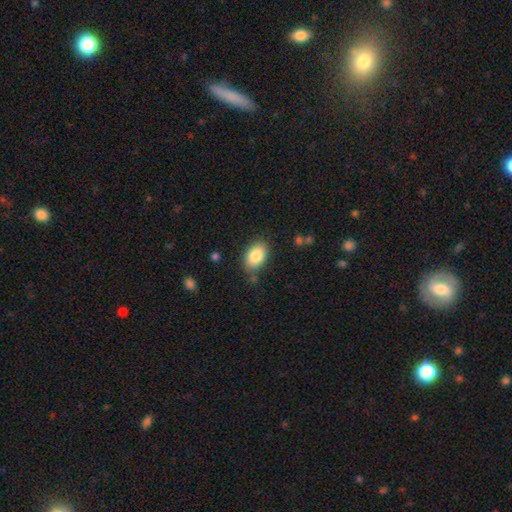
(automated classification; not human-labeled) Smooth or featured? smooth (85%)
How rounded? in between (89%)
Merging? none (78%)